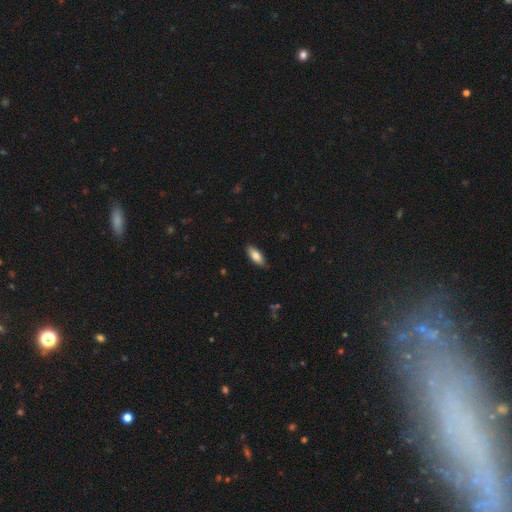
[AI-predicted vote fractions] Smooth or featured?
  - smooth: 81% *
  - featured or disk: 12%
  - star or artifact: 6%
How rounded?
  - in between: 82% *
  - cigar-shaped: 16%
  - round: 2%
Merging?
  - none: 86% *
  - minor disturbance: 11%
  - major disturbance: 2%
  - merger: 1%